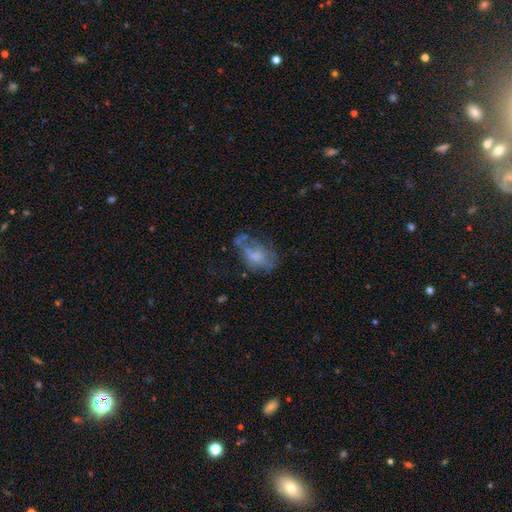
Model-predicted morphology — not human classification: Q: Smooth or featured?
A: smooth (49%); runner-up: featured or disk (40%)
Q: Merging?
A: none (34%); runner-up: major disturbance (31%)